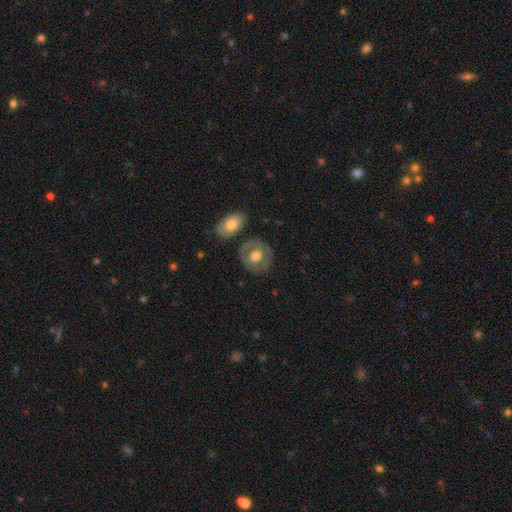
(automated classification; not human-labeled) Q: Smooth or featured?
A: smooth (52%); runner-up: featured or disk (42%)
Q: How rounded?
A: round (73%); runner-up: in between (25%)
Q: Merging?
A: none (76%); runner-up: minor disturbance (13%)